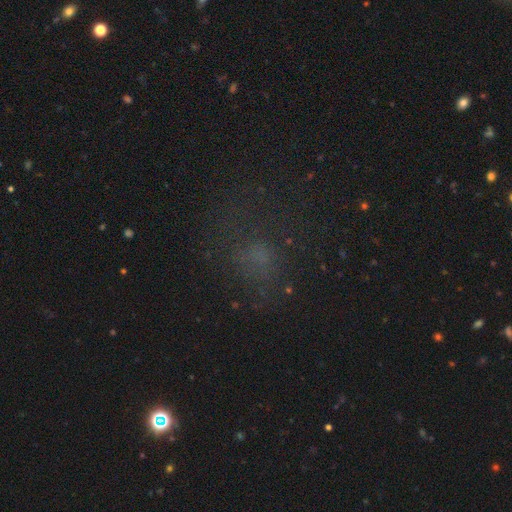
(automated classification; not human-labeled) A smooth galaxy with no disk features (43%).

Vote fractions:
- Smooth or featured? smooth: 43% / star or artifact: 36% / featured or disk: 21%
- Merging? none: 59% / major disturbance: 21% / minor disturbance: 18% / merger: 2%